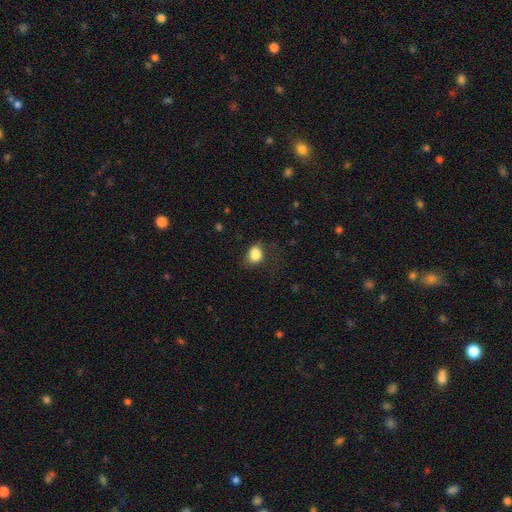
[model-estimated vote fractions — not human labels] A smooth galaxy with no disk features (84%) that is in between round and cigar-shaped (58%). Merging: none (64%).